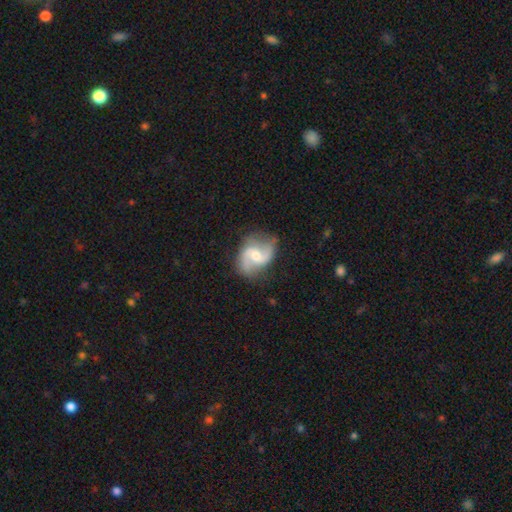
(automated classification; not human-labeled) A featured or disk galaxy (86%) with a weak bar (48%), 2 (92%) loose (52%) spiral arms (96%) and a moderate central bulge (59%). Merging: none (76%).